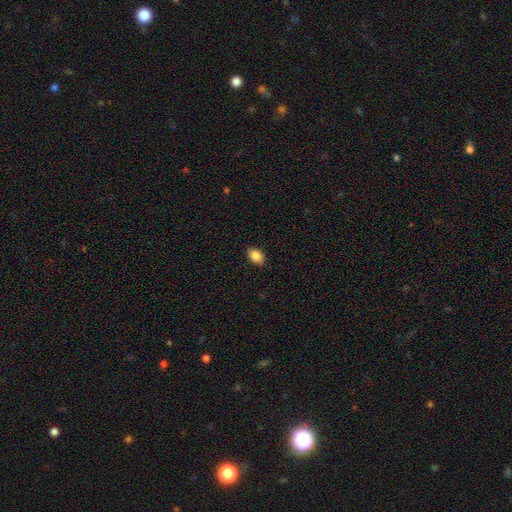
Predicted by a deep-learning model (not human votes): Q: Smooth or featured?
A: smooth (86%); runner-up: star or artifact (8%)
Q: How rounded?
A: in between (82%); runner-up: round (17%)
Q: Merging?
A: none (87%); runner-up: minor disturbance (10%)